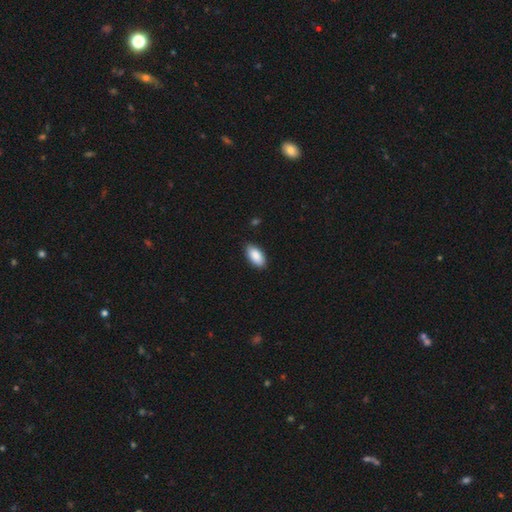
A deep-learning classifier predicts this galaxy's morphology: Smooth or featured? smooth (89%)
How rounded? in between (93%)
Merging? none (88%)